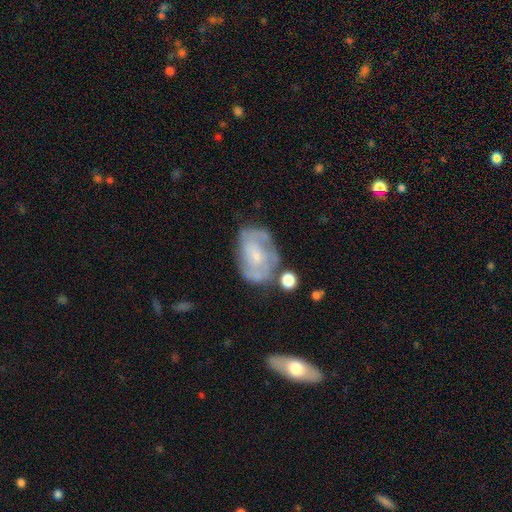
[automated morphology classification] This is likely a featured or disk galaxy (63%). It is clearly not viewed edge-on (96%). Bar: likely no (67%). Spiral arm pattern: likely yes (69%). Central bulge: likely small (63%). Merging: possibly none (53%).